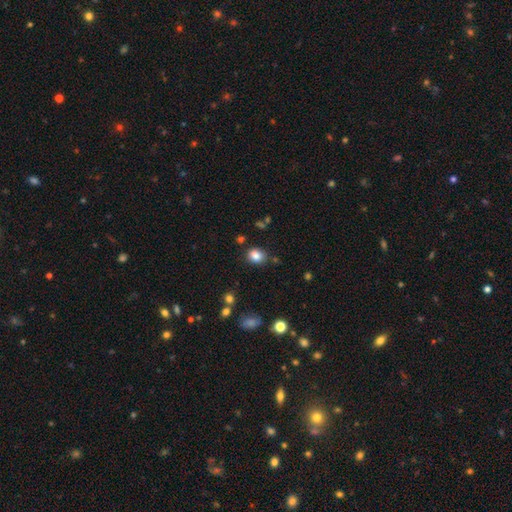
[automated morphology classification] Smooth or featured? smooth (85%)
How rounded? in between (52%)
Merging? none (79%)